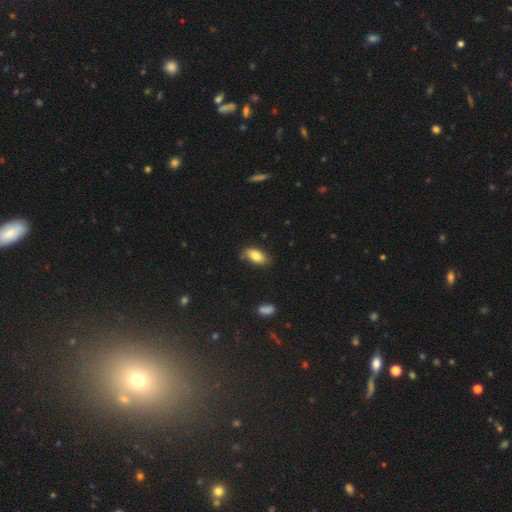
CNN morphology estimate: Smooth or featured: smooth — 81% (featured or disk — 11%)
How rounded: in between — 92% (round — 4%)
Merging: none — 73% (minor disturbance — 21%)